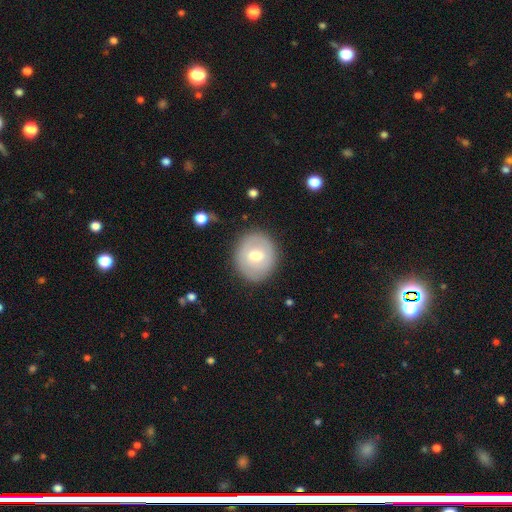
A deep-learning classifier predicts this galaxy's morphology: The model was most divided on "smooth or featured": smooth: 62%, featured or disk: 30%, star or artifact: 8%. More confident: merging — none (85%); how rounded — round (77%).